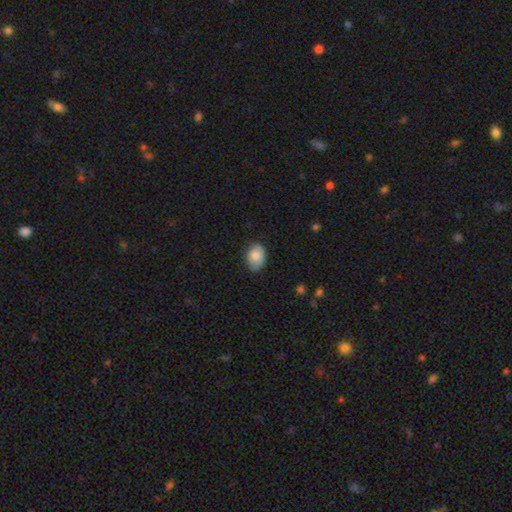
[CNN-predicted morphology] Q: Smooth or featured?
A: smooth (83%); runner-up: featured or disk (10%)
Q: How rounded?
A: in between (78%); runner-up: round (21%)
Q: Merging?
A: none (75%); runner-up: minor disturbance (20%)